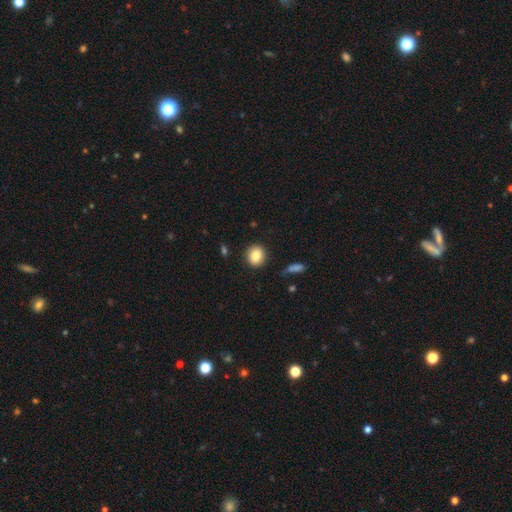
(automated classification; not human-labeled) Smooth or featured? Predicted: smooth (p=0.85). How rounded? Predicted: round (p=0.78). Merging? Predicted: none (p=0.88).